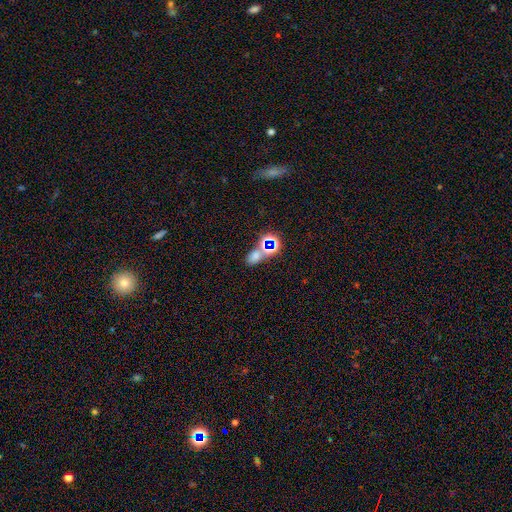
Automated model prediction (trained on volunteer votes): Smooth or featured: smooth — 52% (star or artifact — 38%)
How rounded: in between — 72% (round — 25%)
Merging: none — 52% (merger — 31%)